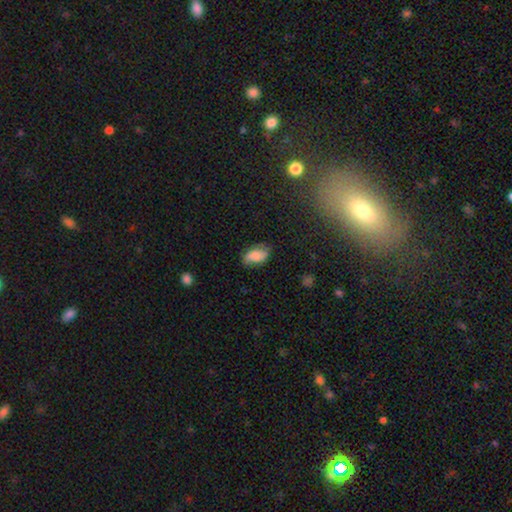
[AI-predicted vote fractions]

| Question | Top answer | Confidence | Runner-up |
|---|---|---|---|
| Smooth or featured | smooth | 68% | featured or disk (23%) |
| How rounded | in between | 91% | round (6%) |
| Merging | none | 70% | minor disturbance (23%) |